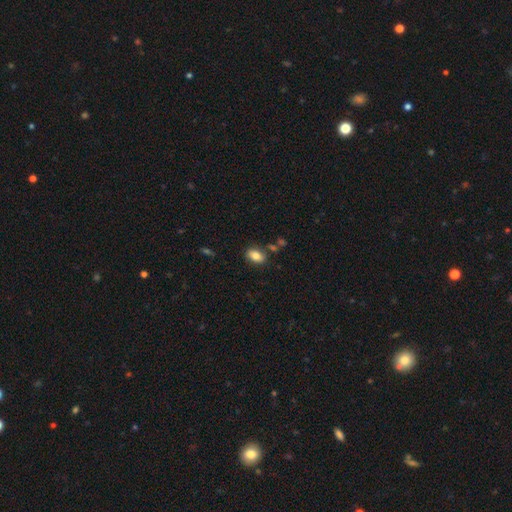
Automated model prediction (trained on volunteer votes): This is clearly a smooth galaxy (81%). How rounded: clearly in between (88%). Merging: likely none (78%).